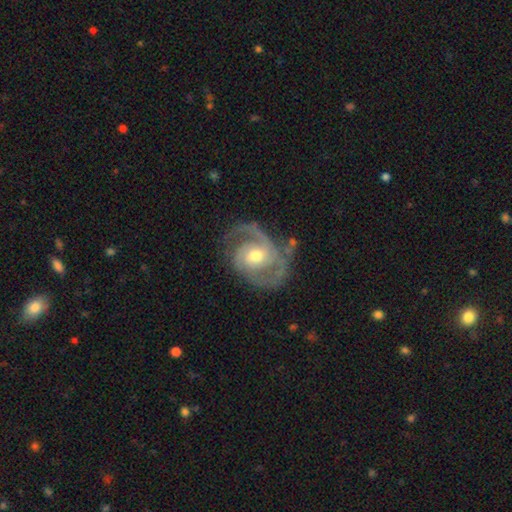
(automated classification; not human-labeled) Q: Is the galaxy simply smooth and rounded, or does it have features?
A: featured or disk — 89%.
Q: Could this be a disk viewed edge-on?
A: no — 98%.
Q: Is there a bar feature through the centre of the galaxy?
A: no — 59%.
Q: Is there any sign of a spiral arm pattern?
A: yes — 97%.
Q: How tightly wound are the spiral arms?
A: medium — 48%.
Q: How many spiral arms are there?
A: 2 — 67%.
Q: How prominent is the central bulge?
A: moderate — 72%.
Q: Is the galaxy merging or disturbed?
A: none — 65%.